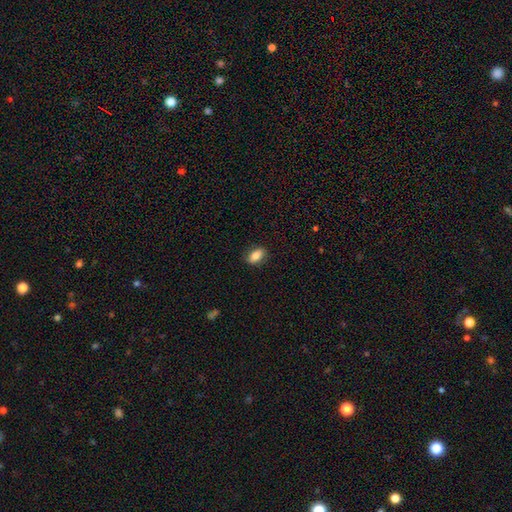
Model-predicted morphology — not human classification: A smooth galaxy with no disk features (83%) that is in between round and cigar-shaped (86%). Merging: none (85%).